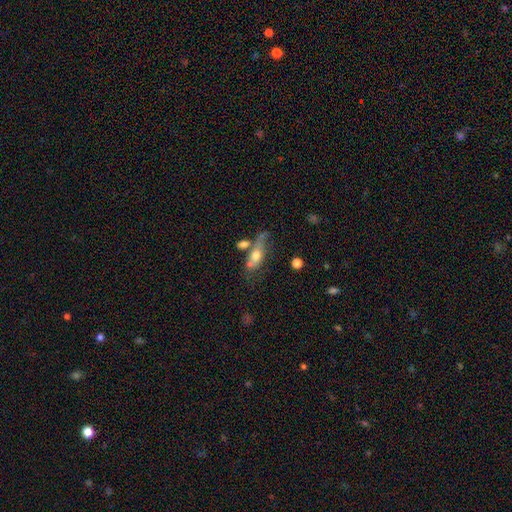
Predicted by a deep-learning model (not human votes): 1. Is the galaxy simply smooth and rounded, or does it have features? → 60% smooth, 31% featured or disk, 9% star or artifact.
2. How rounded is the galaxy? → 70% in between, 20% cigar-shaped, 10% round.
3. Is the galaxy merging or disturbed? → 33% none, 31% merger, 20% minor disturbance, 16% major disturbance.